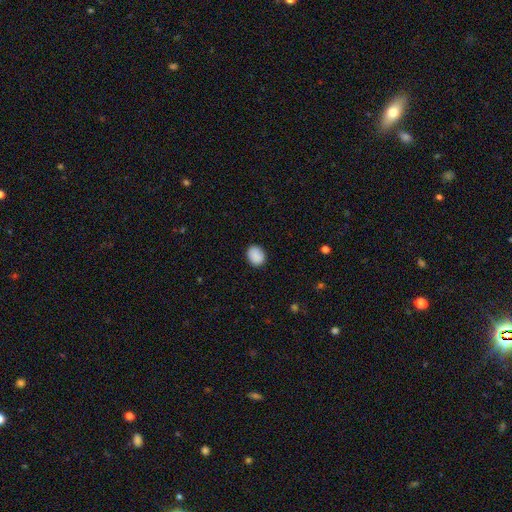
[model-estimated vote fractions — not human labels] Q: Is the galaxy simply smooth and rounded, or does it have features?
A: smooth — 89%.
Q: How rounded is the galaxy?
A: round — 50%.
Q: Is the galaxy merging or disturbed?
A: none — 87%.